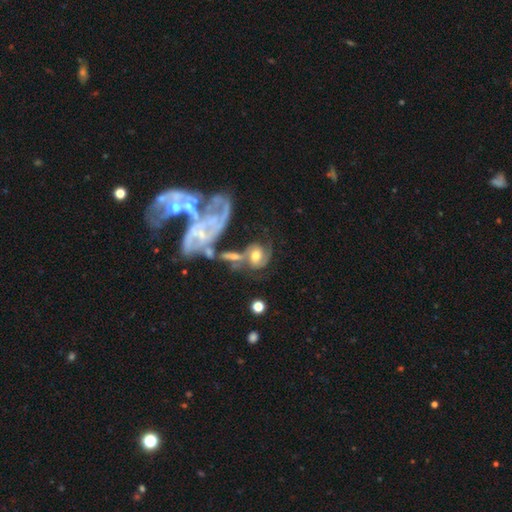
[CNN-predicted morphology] Q: Smooth or featured?
A: featured or disk (65%); runner-up: smooth (27%)
Q: Edge-on disk?
A: no (95%); runner-up: yes (5%)
Q: Bar?
A: no (62%); runner-up: weak (29%)
Q: Spiral arms?
A: yes (86%); runner-up: no (14%)
Q: Spiral winding?
A: medium (43%); runner-up: tight (36%)
Q: Spiral arm count?
A: 2 (64%); runner-up: can't tell (16%)
Q: Bulge size?
A: moderate (55%); runner-up: small (20%)
Q: Merging?
A: none (36%); runner-up: merger (28%)